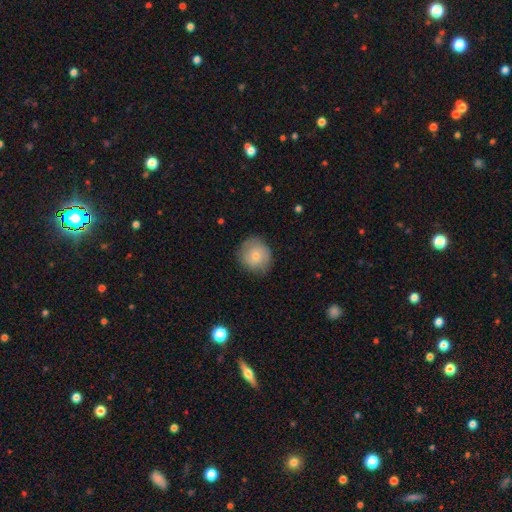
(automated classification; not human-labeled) Overall: smooth (71%). How rounded: round (88%). Merging: none (79%).